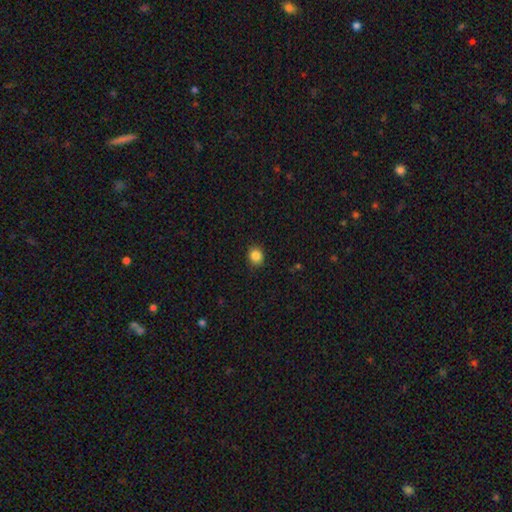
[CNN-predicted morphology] A smooth galaxy with no disk features (85%) that is round (75%).

Vote fractions:
- Smooth or featured? smooth: 85% / star or artifact: 11% / featured or disk: 4%
- How rounded? round: 75% / in between: 24% / cigar-shaped: 1%
- Merging? none: 90% / minor disturbance: 7% / major disturbance: 2% / merger: 1%